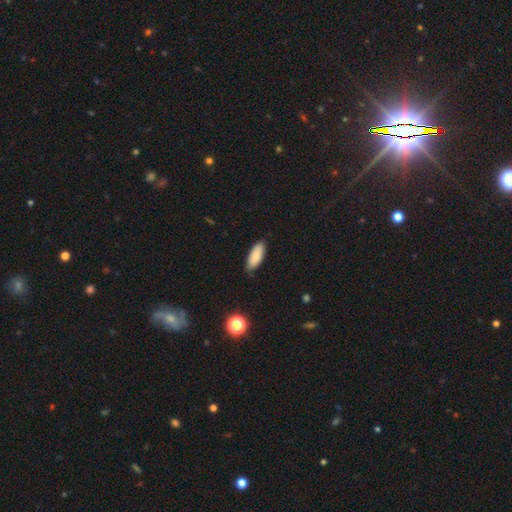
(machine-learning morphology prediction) type=smooth (86%); roundness=in between (78%); merging=none (79%).